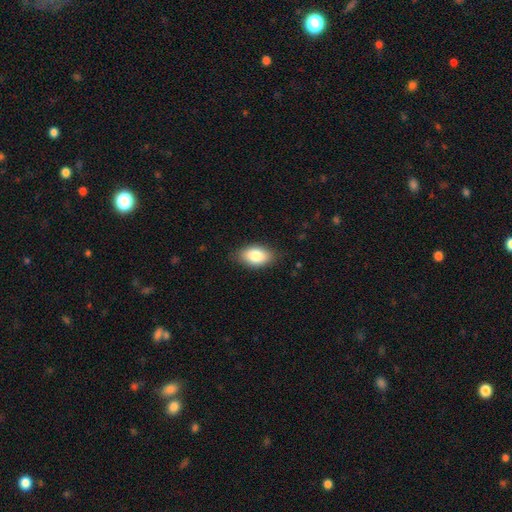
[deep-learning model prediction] Q: Smooth or featured?
A: smooth (83%); runner-up: featured or disk (10%)
Q: How rounded?
A: in between (91%); runner-up: round (7%)
Q: Merging?
A: none (84%); runner-up: minor disturbance (12%)